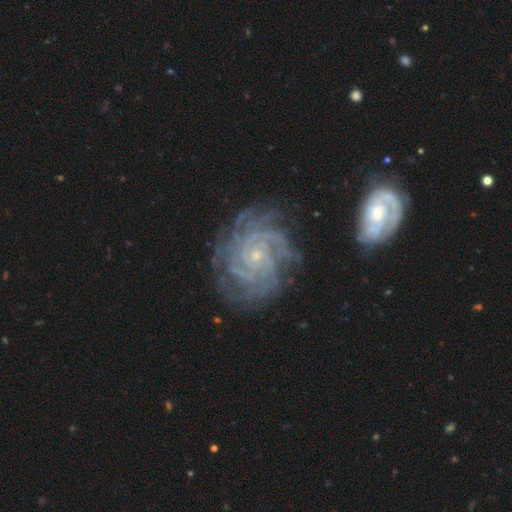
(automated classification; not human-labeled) Morphology: type=featured or disk (89%); edge-on=no (97%); bar=no (73%); spiral arms=yes (98%); winding=tight (79%); arm count=4 (27%); bulge=small (85%); merging=none (71%).